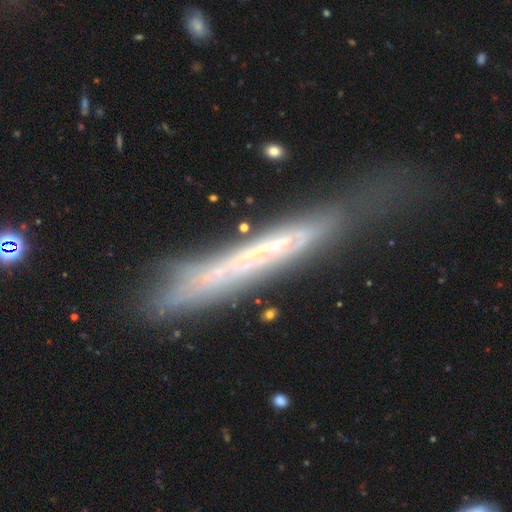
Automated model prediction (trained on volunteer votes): Smooth or featured?
  - featured or disk: 60% *
  - smooth: 31%
  - star or artifact: 9%
Edge-on disk?
  - yes: 82% *
  - no: 18%
Merging?
  - none: 56% *
  - minor disturbance: 29%
  - major disturbance: 12%
  - merger: 3%